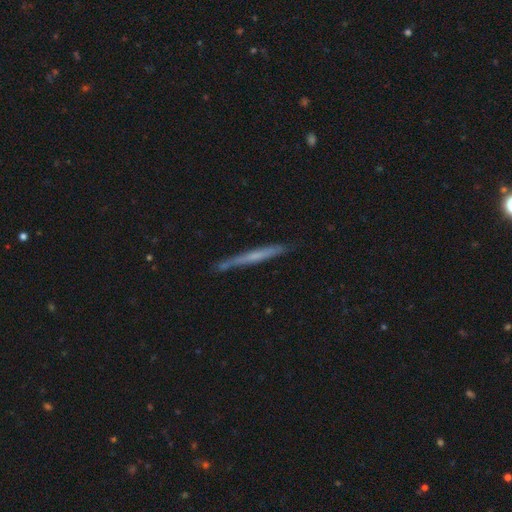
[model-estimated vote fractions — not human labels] Q: Smooth or featured?
A: featured or disk (51%); runner-up: smooth (42%)
Q: Edge-on disk?
A: yes (95%); runner-up: no (5%)
Q: Merging?
A: none (82%); runner-up: minor disturbance (13%)